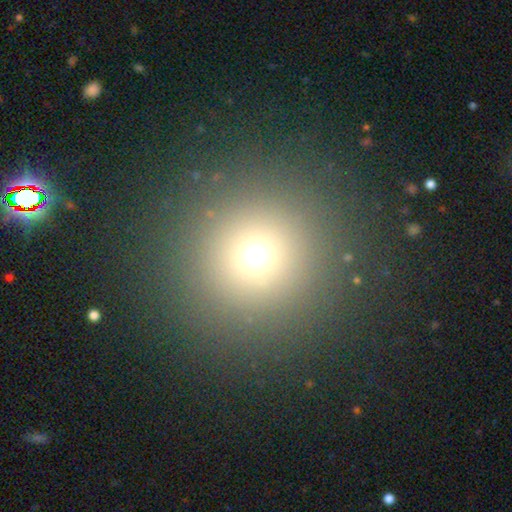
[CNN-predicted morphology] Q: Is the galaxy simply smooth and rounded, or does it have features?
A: smooth — 67%.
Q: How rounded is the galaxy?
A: round — 96%.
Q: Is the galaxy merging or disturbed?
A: none — 90%.